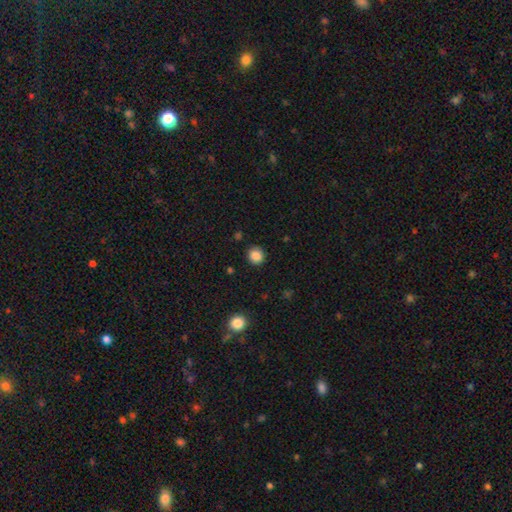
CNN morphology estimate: A smooth galaxy with no disk features (86%) that is round (88%). Merging: none (91%).